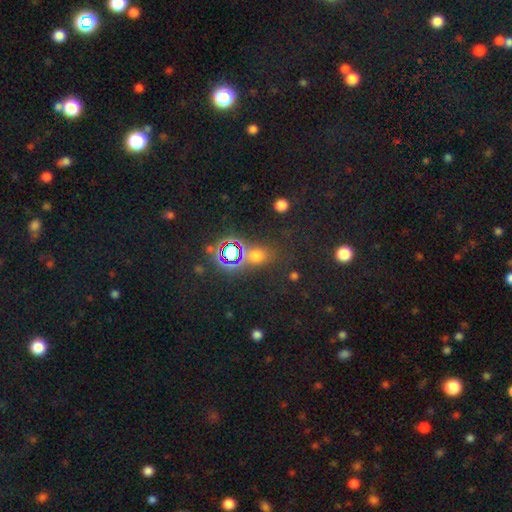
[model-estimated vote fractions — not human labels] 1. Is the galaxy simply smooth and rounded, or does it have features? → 50% smooth, 42% star or artifact, 8% featured or disk.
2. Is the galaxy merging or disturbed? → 72% none, 12% minor disturbance, 9% merger, 7% major disturbance.